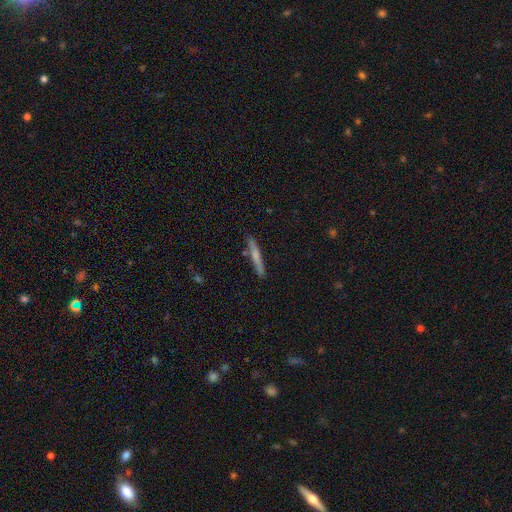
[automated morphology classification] A smooth galaxy with no disk features (58%) that is cigar-shaped (95%). Merging: none (85%).